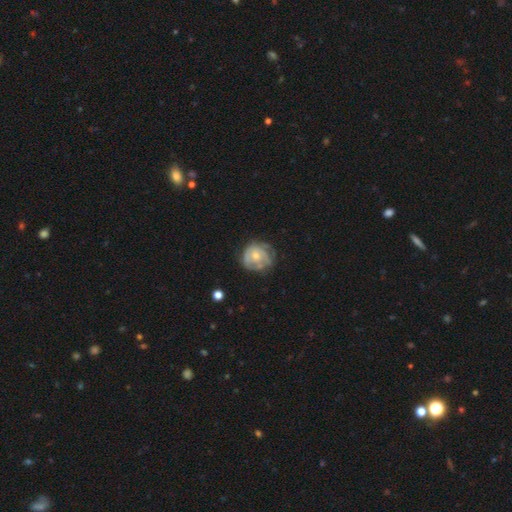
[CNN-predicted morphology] smooth_or_featured: featured or disk (p=0.62) [alt: smooth p=0.31]
disk_edge_on: no (p=0.98) [alt: yes p=0.02]
bar: no (p=0.81) [alt: weak p=0.16]
has_spiral_arms: yes (p=0.63) [alt: no p=0.37]
bulge_size: small (p=0.47) [tied with: moderate p=0.47]
merging: none (p=0.60) [alt: minor disturbance p=0.25]